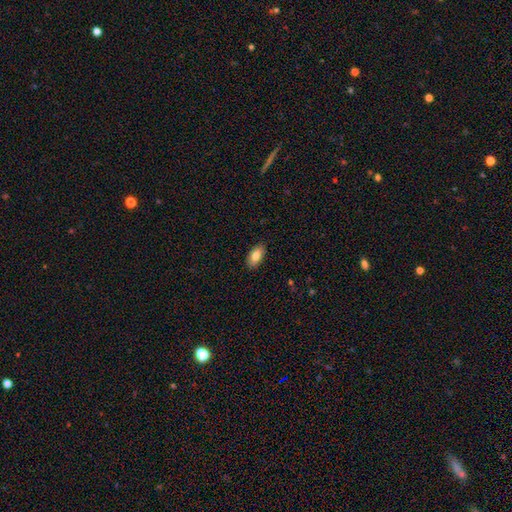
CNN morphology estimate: Overall: smooth (84%). How rounded: in between (92%). Merging: none (88%).